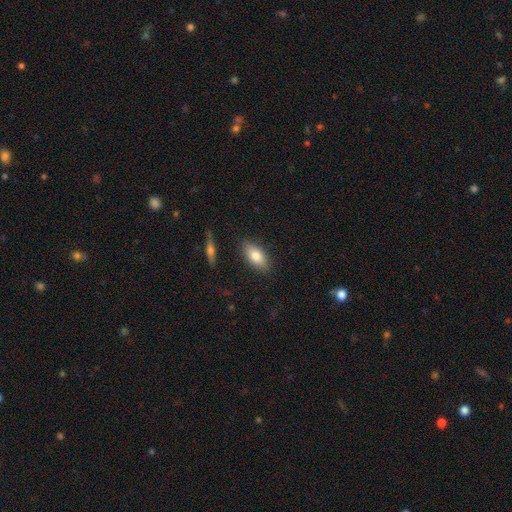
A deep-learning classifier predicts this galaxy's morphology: type=smooth (77%); roundness=in between (87%); merging=none (85%).